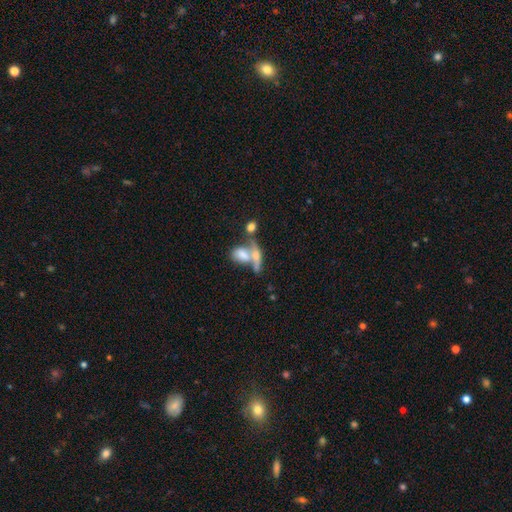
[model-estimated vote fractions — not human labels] A smooth galaxy with no disk features (54%) that is in between round and cigar-shaped (61%).

Vote fractions:
- Smooth or featured? smooth: 54% / featured or disk: 35% / star or artifact: 10%
- How rounded? in between: 61% / cigar-shaped: 26% / round: 12%
- Merging? merger: 55% / none: 27% / minor disturbance: 9% / major disturbance: 8%